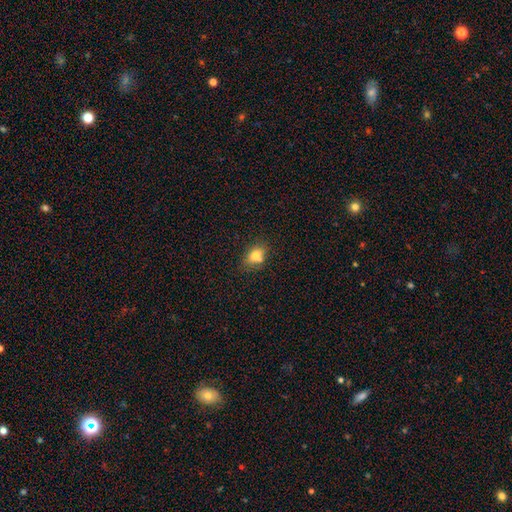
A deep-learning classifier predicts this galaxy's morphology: Smooth or featured? Predicted: smooth (p=0.76). How rounded? Predicted: in between (p=0.66). Merging? Predicted: none (p=0.63).